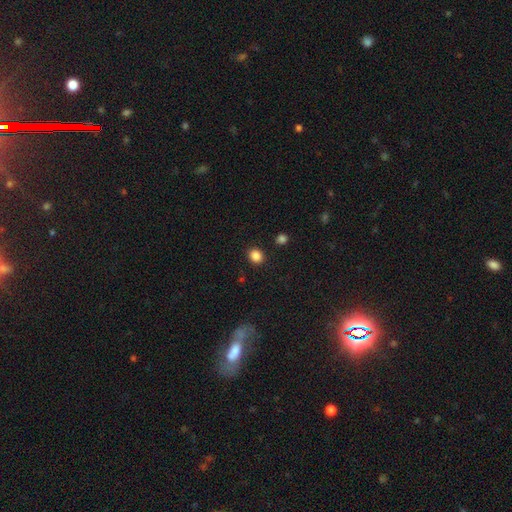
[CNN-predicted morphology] A smooth galaxy with no disk features (86%) that is round (70%). Merging: none (89%).